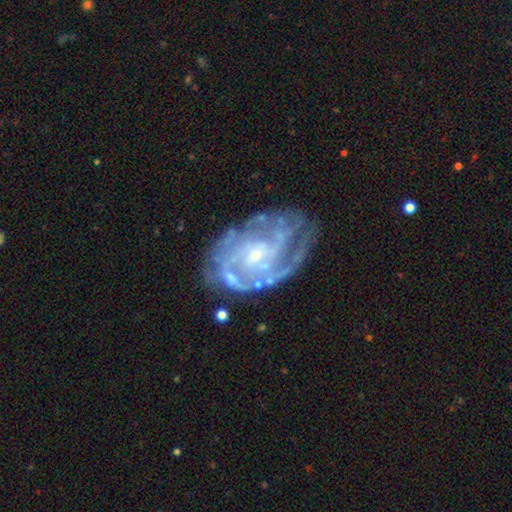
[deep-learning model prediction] A featured or disk galaxy (87%) with no bar (60%), tight (58%) spiral arms (92%) and a small central bulge (71%). Merging: none (64%).